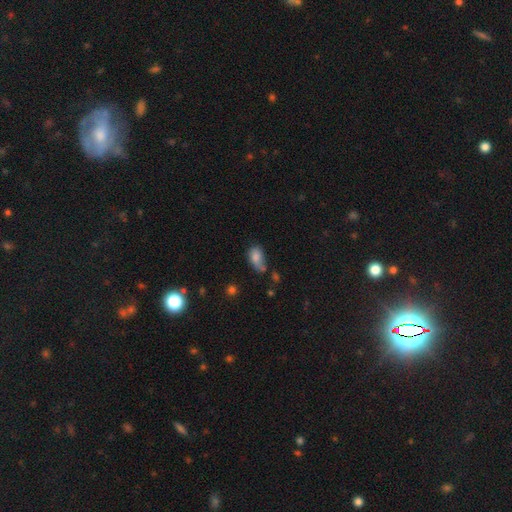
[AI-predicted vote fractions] Overall: smooth (78%). How rounded: in between (86%). Merging: none (36%; minor disturbance 32%).